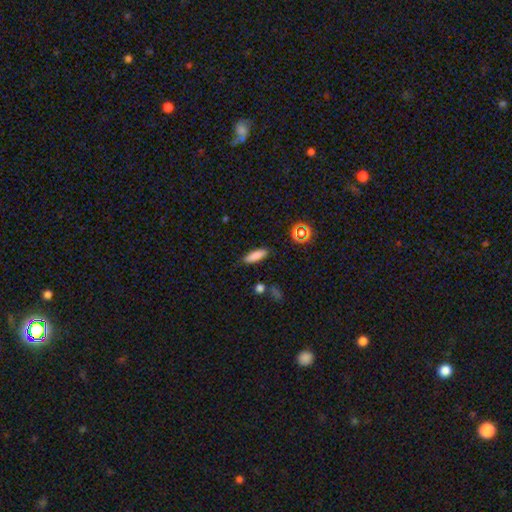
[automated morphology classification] The model was most divided on "how rounded": cigar-shaped: 50%, in between: 48%, round: 2%. More confident: merging — none (85%); smooth or featured — smooth (83%).